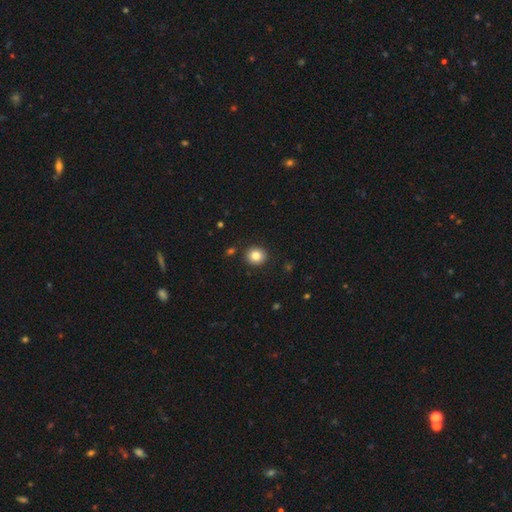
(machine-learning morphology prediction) Overall: smooth (84%). How rounded: round (85%). Merging: none (91%).